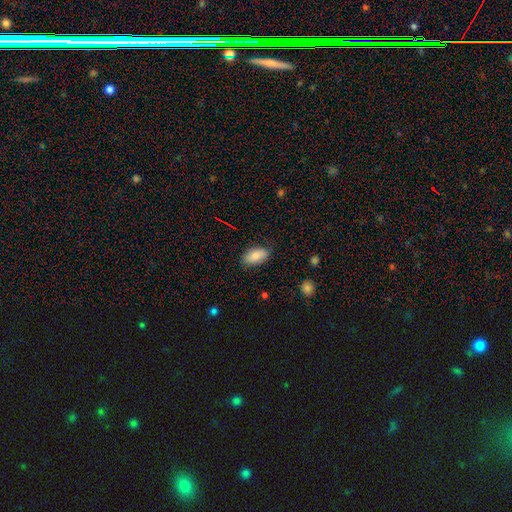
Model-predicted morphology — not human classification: A smooth galaxy with no disk features (84%) that is in between round and cigar-shaped (93%).

Vote fractions:
- Smooth or featured? smooth: 84% / featured or disk: 9% / star or artifact: 7%
- How rounded? in between: 93% / round: 4% / cigar-shaped: 3%
- Merging? none: 79% / minor disturbance: 16% / major disturbance: 3% / merger: 1%